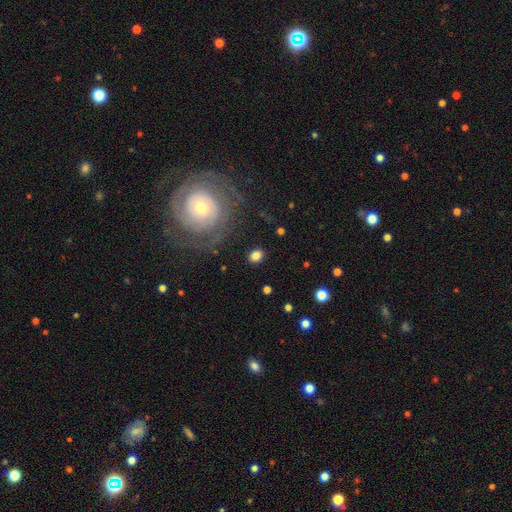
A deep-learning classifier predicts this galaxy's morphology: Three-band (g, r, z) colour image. It shows a smooth galaxy with no disk features (80%) that is in between round and cigar-shaped (49%, tied with round). Merging: none (86%).